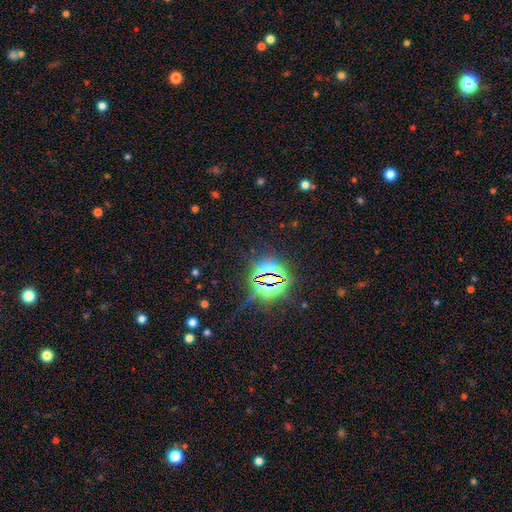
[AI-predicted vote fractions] This is clearly a star or artifact rather than a galaxy (83%).